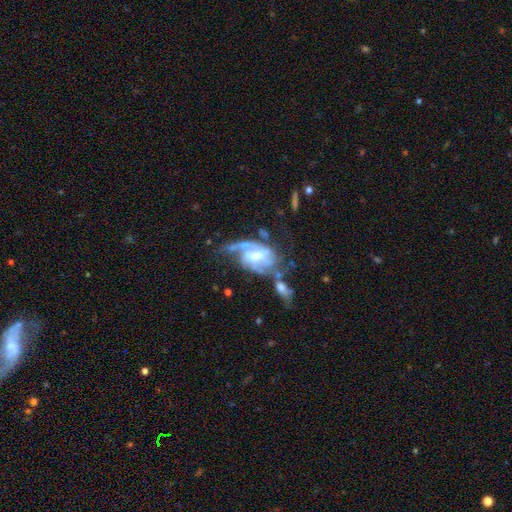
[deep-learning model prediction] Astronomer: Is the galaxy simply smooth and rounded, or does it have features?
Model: featured or disk — 83%.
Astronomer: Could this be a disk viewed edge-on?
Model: no — 96%.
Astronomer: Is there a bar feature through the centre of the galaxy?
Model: weak — 45% (runner-up: strong, 34%).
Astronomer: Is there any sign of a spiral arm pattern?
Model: yes — 90%.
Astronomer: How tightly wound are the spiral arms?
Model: medium — 45% (runner-up: loose, 29%).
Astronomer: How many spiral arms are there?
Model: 2 — 62%.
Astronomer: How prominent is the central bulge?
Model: moderate — 42% (runner-up: small, 32%).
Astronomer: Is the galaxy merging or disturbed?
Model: none — 31% (runner-up: major disturbance, 28%).